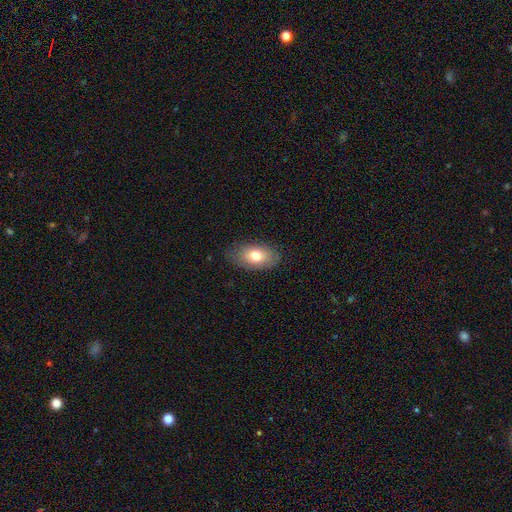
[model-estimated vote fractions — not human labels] This appears to be a smooth galaxy with no disk features (72%) that is in between round and cigar-shaped (91%). Merging: none (79%).